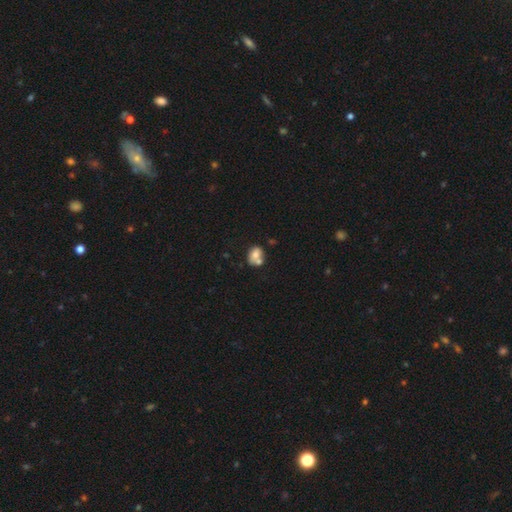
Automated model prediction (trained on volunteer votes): Smooth or featured? smooth (69%)
How rounded? in between (55%)
Merging? merger (45%)